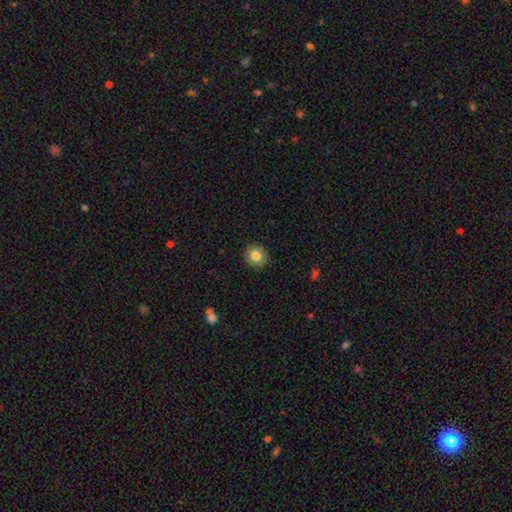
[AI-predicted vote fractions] Smooth or featured? Predicted: smooth (p=0.82). How rounded? Predicted: round (p=0.90). Merging? Predicted: none (p=0.90).